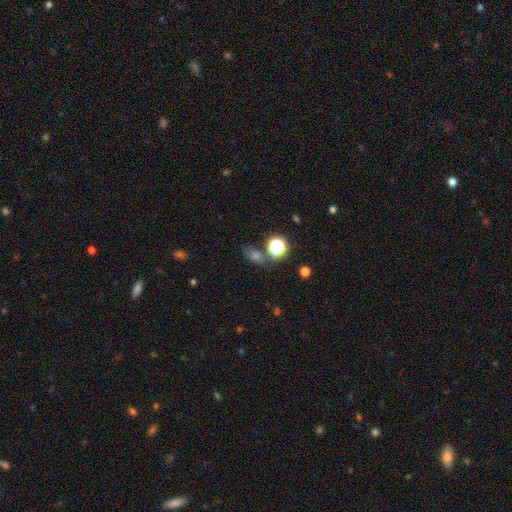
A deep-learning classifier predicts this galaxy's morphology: Smooth or featured? smooth (44%, tied with star or artifact)
Merging? none (71%)